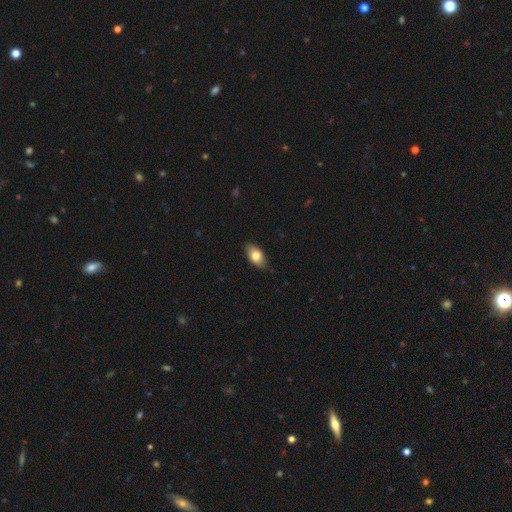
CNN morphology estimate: Smooth or featured? smooth (79%)
How rounded? in between (90%)
Merging? none (84%)